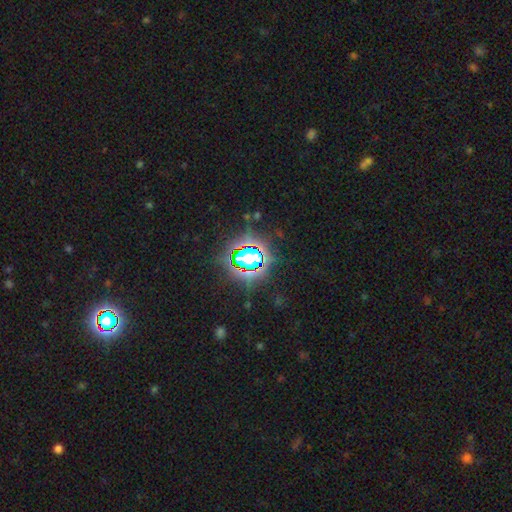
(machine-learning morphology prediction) Smooth or featured: star or artifact — 73% (smooth — 17%)